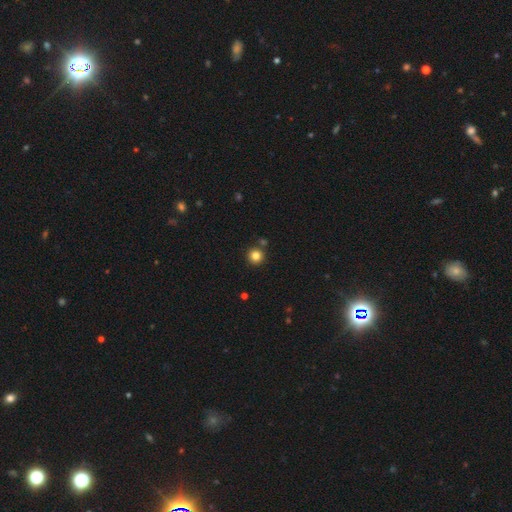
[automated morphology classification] A smooth galaxy with no disk features (82%) that is round (95%).

Vote fractions:
- Smooth or featured? smooth: 82% / star or artifact: 12% / featured or disk: 5%
- How rounded? round: 95% / in between: 4% / cigar-shaped: 1%
- Merging? none: 86% / minor disturbance: 6% / merger: 6% / major disturbance: 2%